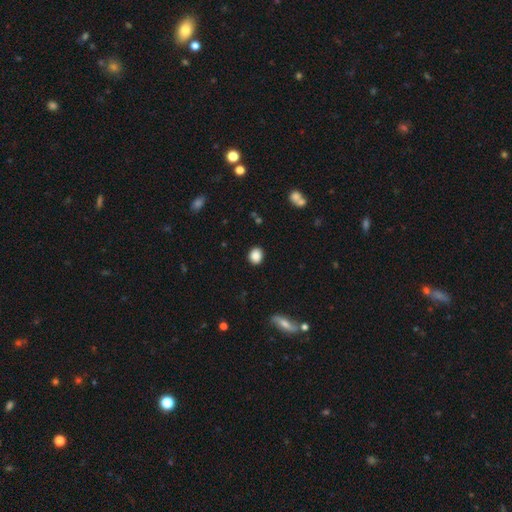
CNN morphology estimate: Q: Smooth or featured?
A: smooth (87%); runner-up: star or artifact (9%)
Q: How rounded?
A: round (67%); runner-up: in between (32%)
Q: Merging?
A: none (89%); runner-up: minor disturbance (7%)